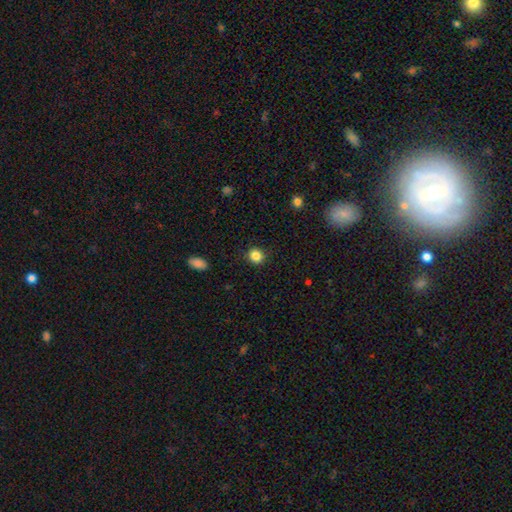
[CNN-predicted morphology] This is clearly a smooth galaxy (85%). How rounded: clearly round (85%). Merging: clearly none (89%).